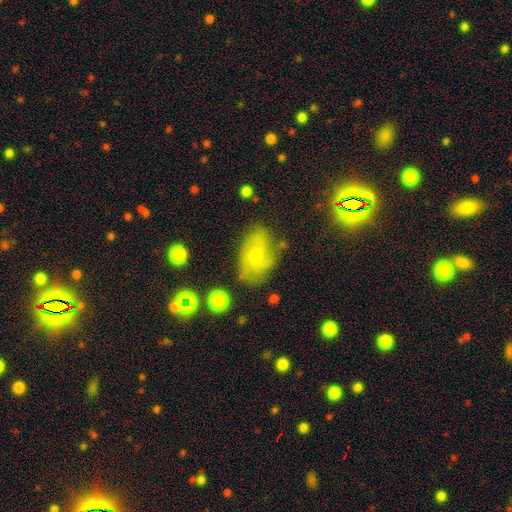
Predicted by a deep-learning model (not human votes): This is possibly a featured or disk galaxy (48%). Merging: likely none (66%).